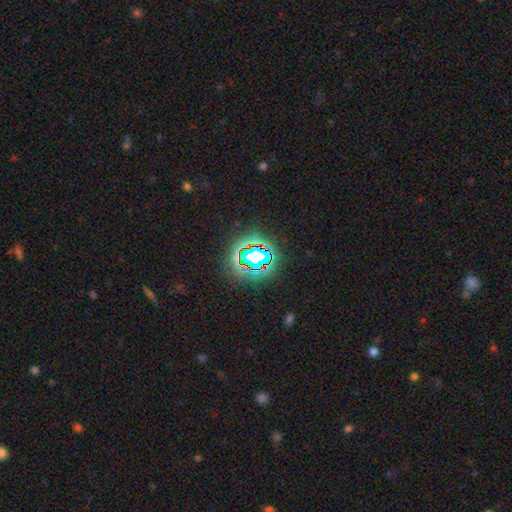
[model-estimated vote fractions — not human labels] Smooth or featured: star or artifact — 67% (smooth — 20%)